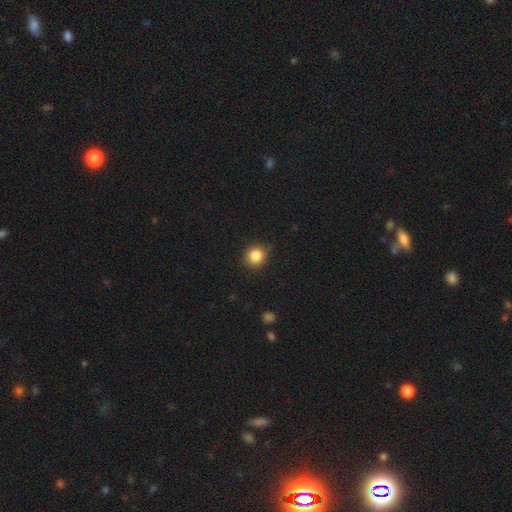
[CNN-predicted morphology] type=smooth (85%); roundness=round (88%); merging=none (86%).